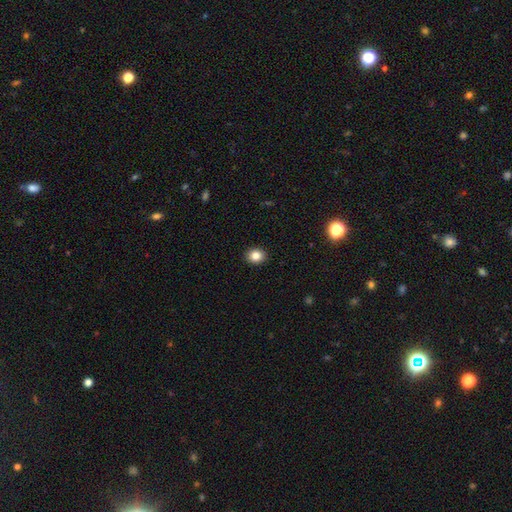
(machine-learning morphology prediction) A smooth galaxy with no disk features (84%) that is round (58%).

Vote fractions:
- Smooth or featured? smooth: 84% / star or artifact: 10% / featured or disk: 6%
- How rounded? round: 58% / in between: 42% / cigar-shaped: 1%
- Merging? none: 91% / minor disturbance: 6% / major disturbance: 2% / merger: 1%